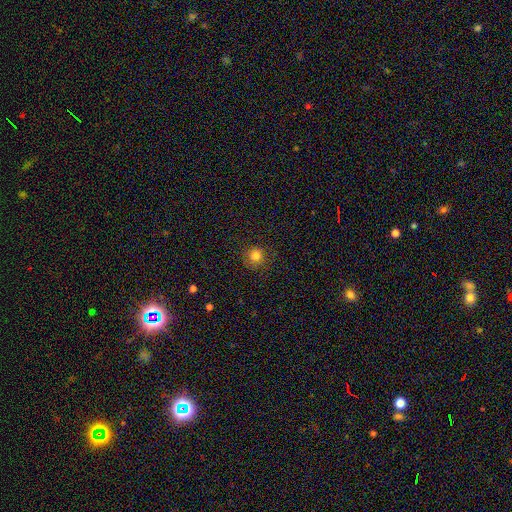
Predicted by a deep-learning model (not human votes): This appears to be a smooth galaxy with no disk features (81%) that is round (90%). Merging: none (82%).